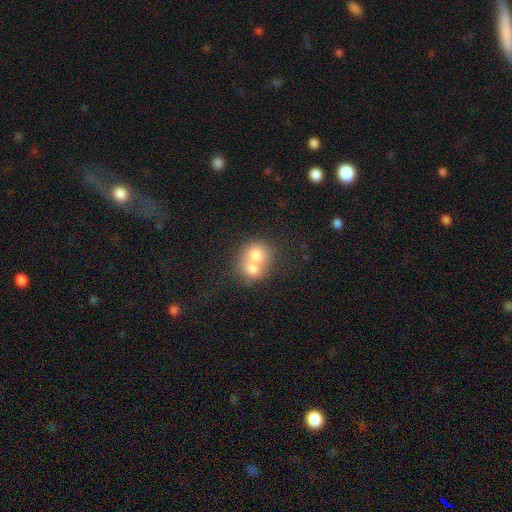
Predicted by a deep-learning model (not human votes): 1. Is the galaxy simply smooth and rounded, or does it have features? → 72% smooth, 20% featured or disk, 9% star or artifact.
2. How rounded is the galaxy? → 68% round, 31% in between, 1% cigar-shaped.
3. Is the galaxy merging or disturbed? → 70% merger, 21% none, 6% minor disturbance, 4% major disturbance.